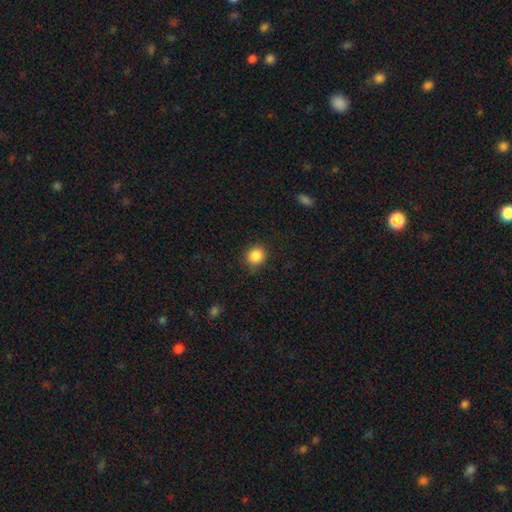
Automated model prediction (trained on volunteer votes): Smooth or featured?
  - smooth: 87% *
  - star or artifact: 10%
  - featured or disk: 4%
How rounded?
  - round: 81% *
  - in between: 18%
  - cigar-shaped: 1%
Merging?
  - none: 84% *
  - minor disturbance: 12%
  - major disturbance: 3%
  - merger: 1%